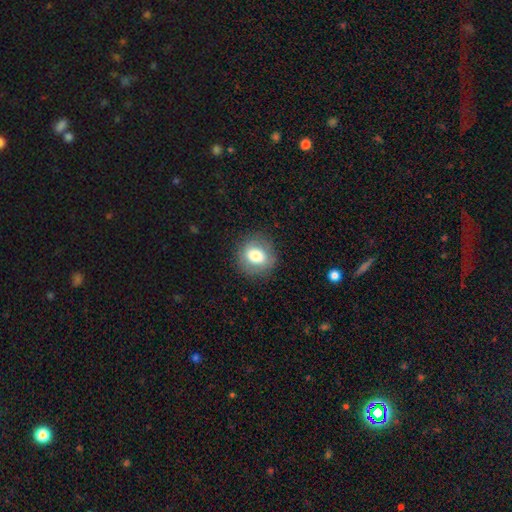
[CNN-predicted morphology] This appears to be a smooth galaxy with no disk features (73%) that is round (78%). Merging: none (84%).